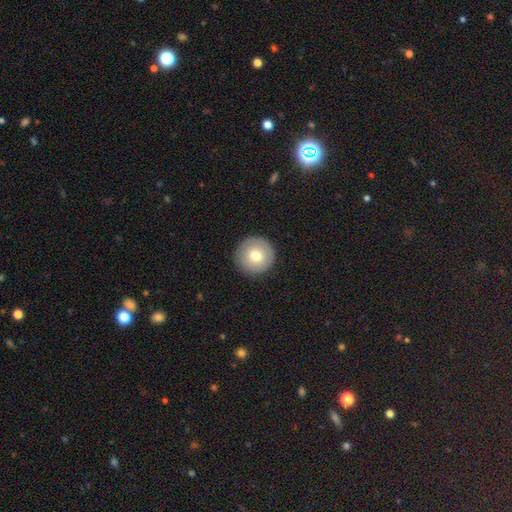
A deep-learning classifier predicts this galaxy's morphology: Smooth or featured?
  - smooth: 73% *
  - featured or disk: 19%
  - star or artifact: 8%
How rounded?
  - round: 96% *
  - in between: 3%
  - cigar-shaped: 1%
Merging?
  - none: 91% *
  - minor disturbance: 6%
  - major disturbance: 2%
  - merger: 1%